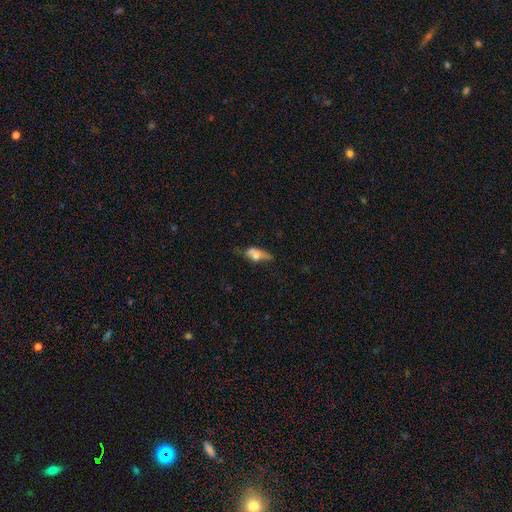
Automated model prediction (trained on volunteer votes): smooth_or_featured: smooth (p=0.50) [alt: featured or disk p=0.40]
how_rounded: in between (p=0.66) [alt: cigar-shaped p=0.27]
merging: none (p=0.41) [alt: minor disturbance p=0.27]